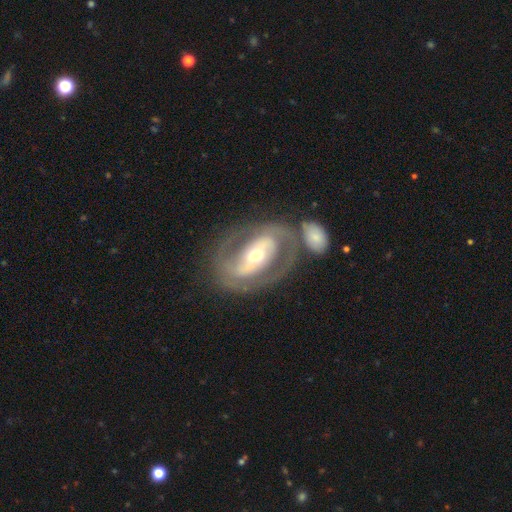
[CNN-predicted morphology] featured or disk 82%, smooth 13%, star or artifact 5%. Down the decision tree: edge-on disk — no (95%); bar — strong (46%); spiral arms — yes (80%); spiral arm count — 2 (79%); spiral winding — tight (45%); bulge size — moderate (59%); merging — none (58%).